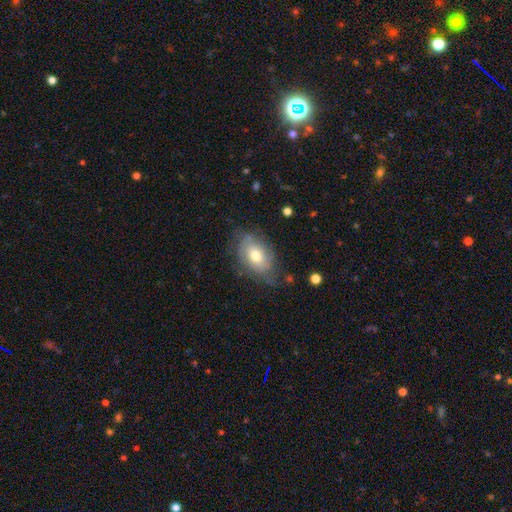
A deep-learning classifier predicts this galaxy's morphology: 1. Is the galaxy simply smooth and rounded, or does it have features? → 53% smooth, 40% featured or disk, 8% star or artifact.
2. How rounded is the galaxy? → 84% in between, 15% round, 2% cigar-shaped.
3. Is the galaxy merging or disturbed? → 59% none, 28% minor disturbance, 11% major disturbance, 2% merger.